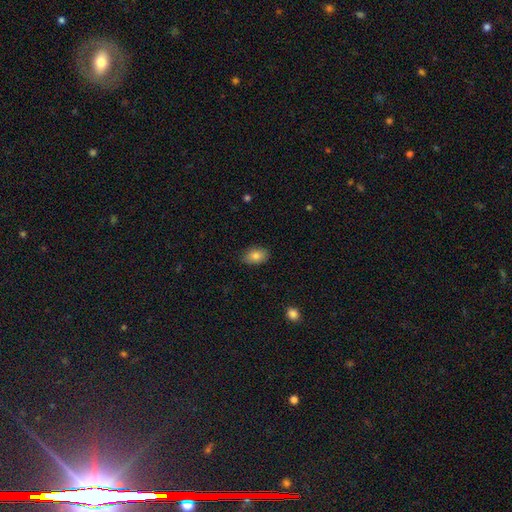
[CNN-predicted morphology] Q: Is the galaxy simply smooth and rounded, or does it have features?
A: smooth — 83%.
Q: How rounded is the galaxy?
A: in between — 87%.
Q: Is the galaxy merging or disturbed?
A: none — 86%.